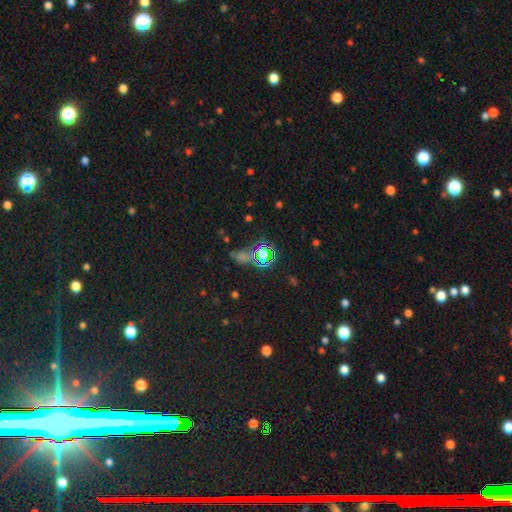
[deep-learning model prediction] smooth-or-featured: star or artifact: 71% | smooth: 18% | featured or disk: 10%